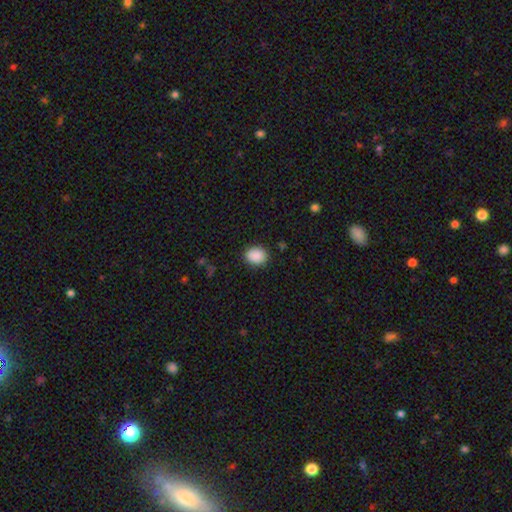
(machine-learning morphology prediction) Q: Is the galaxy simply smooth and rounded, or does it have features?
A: smooth — 90%.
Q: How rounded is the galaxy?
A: in between — 52%.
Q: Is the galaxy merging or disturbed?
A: none — 88%.